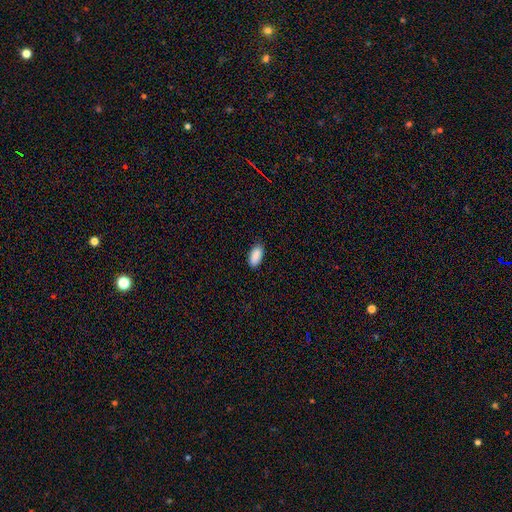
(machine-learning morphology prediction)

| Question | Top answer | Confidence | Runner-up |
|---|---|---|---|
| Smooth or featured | smooth | 90% | star or artifact (6%) |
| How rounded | in between | 93% | cigar-shaped (4%) |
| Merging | none | 86% | minor disturbance (11%) |